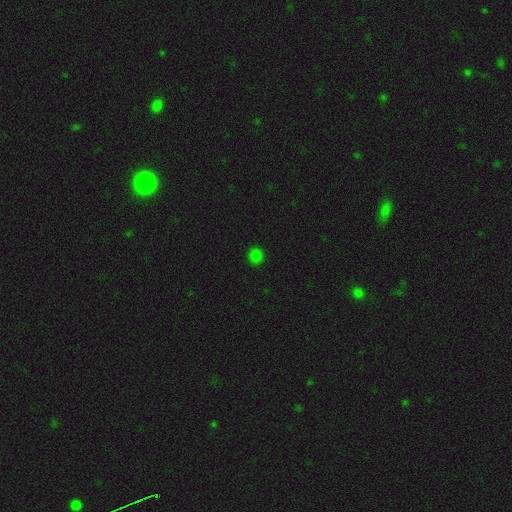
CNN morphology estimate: type=smooth (80%); roundness=round (89%); merging=none (92%).